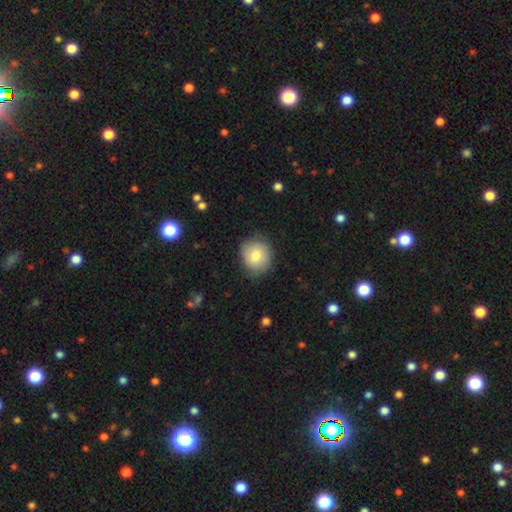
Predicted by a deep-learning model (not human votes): smooth 77%, featured or disk 15%, star or artifact 7%. Down the decision tree: how rounded — round (83%); merging — none (80%).